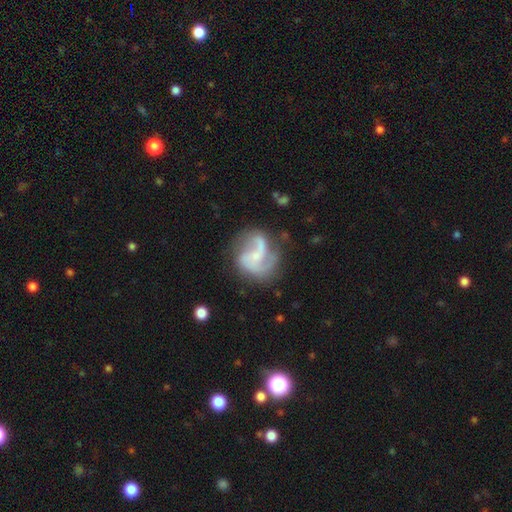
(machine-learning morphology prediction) featured or disk 81%, smooth 13%, star or artifact 7%. Down the decision tree: edge-on disk — no (98%); bar — no (53%); spiral arms — yes (93%); spiral arm count — 2 (65%); spiral winding — medium (47%); bulge size — small (59%); merging — none (55%).